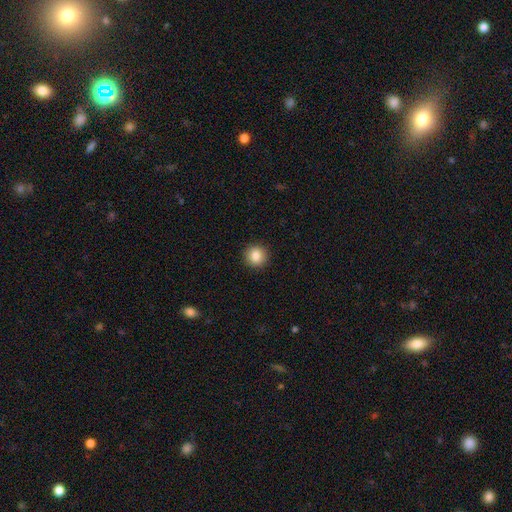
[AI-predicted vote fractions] A smooth galaxy with no disk features (86%) that is round (93%).

Vote fractions:
- Smooth or featured? smooth: 86% / star or artifact: 9% / featured or disk: 5%
- How rounded? round: 93% / in between: 6% / cigar-shaped: 1%
- Merging? none: 93% / minor disturbance: 5% / major disturbance: 2% / merger: 1%